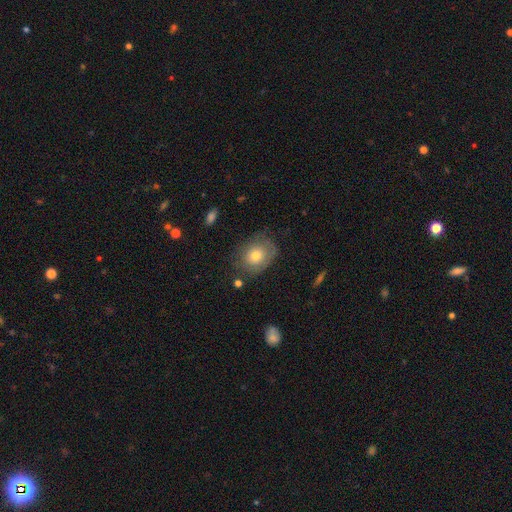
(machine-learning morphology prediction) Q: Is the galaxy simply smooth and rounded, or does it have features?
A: smooth — 65%.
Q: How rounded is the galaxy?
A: round — 51%.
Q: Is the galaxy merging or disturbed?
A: none — 64%.